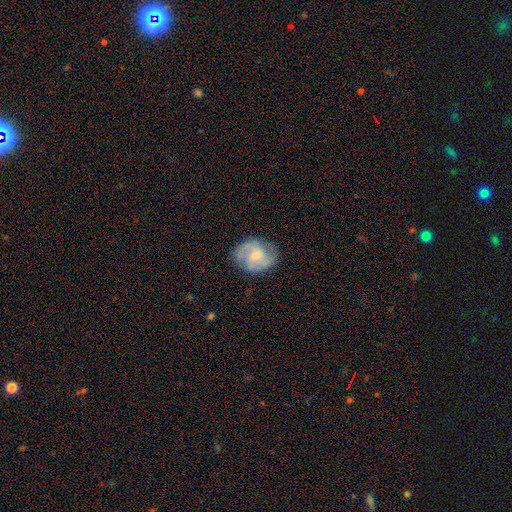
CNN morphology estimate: Smooth or featured: featured or disk — 58% (smooth — 35%)
Edge-on disk: no — 97% (yes — 3%)
Bar: no — 55% (weak — 38%)
Spiral arms: yes — 86% (no — 14%)
Bulge size: small — 47% (moderate — 44%)
Merging: none — 74% (minor disturbance — 19%)